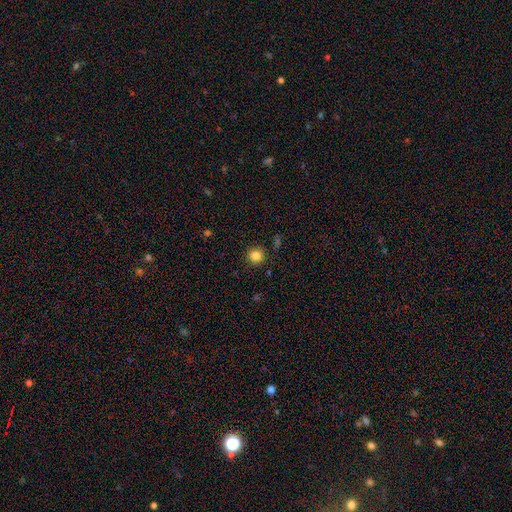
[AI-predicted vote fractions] A smooth galaxy with no disk features (84%) that is round (94%). Merging: none (90%).